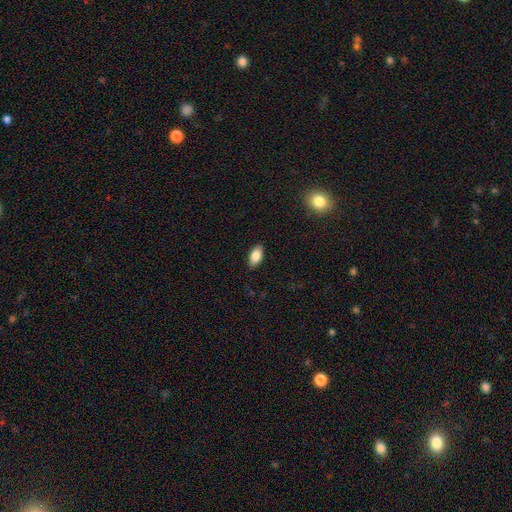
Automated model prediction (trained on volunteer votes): smooth-or-featured: smooth: 85% | featured or disk: 8% | star or artifact: 7%
  how-rounded: in between: 92% | cigar-shaped: 4% | round: 4%
  merging: none: 88% | minor disturbance: 9% | major disturbance: 2% | merger: 1%